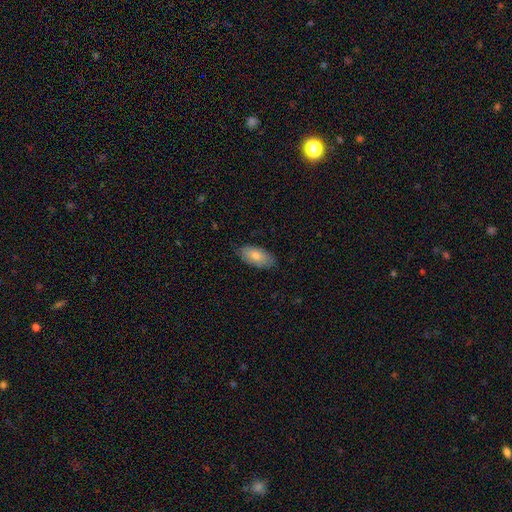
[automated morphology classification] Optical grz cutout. It shows a smooth galaxy with no disk features (78%) that is in between round and cigar-shaped (93%). Merging: none (82%).